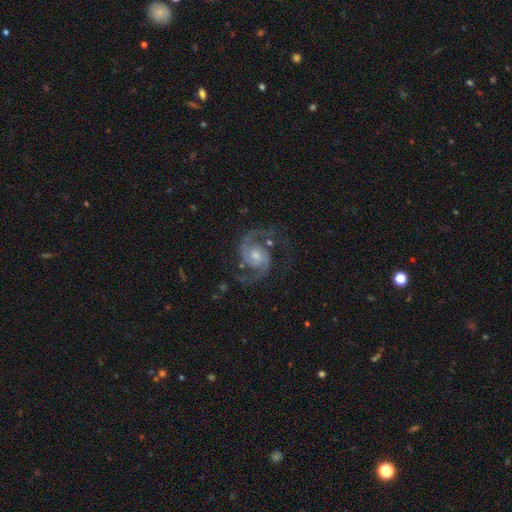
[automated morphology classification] smooth-or-featured: featured or disk: 92% | star or artifact: 5% | smooth: 3%
  disk-edge-on: no: 98% | yes: 2%
    bar: no: 62% | weak: 30% | strong: 7%
    has-spiral-arms: yes: 98% | no: 2%
      spiral-winding: medium: 62% | loose: 19% | tight: 18%
      spiral-arm-count: 2: 94% | 3: 2% | can't tell: 2% | 1: 1% | 4: 1% | more than 4: 1%
    bulge-size: small: 47% | moderate: 45% | large: 4% | none: 3% | dominant: 1%
  merging: none: 77% | minor disturbance: 13% | major disturbance: 8% | merger: 1%